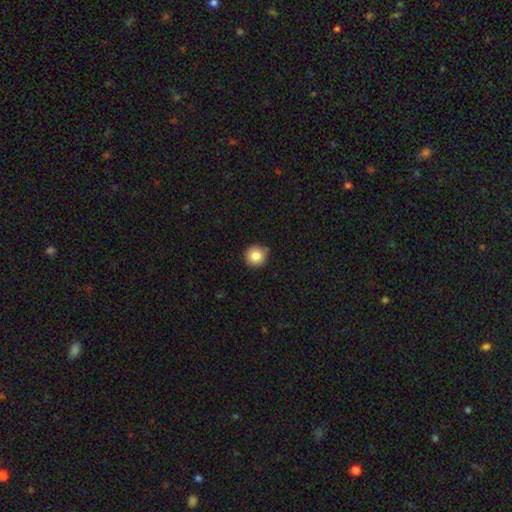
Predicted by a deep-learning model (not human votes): Smooth or featured?
  - smooth: 84% *
  - star or artifact: 10%
  - featured or disk: 6%
How rounded?
  - round: 94% *
  - in between: 5%
  - cigar-shaped: 1%
Merging?
  - none: 83% *
  - minor disturbance: 12%
  - merger: 3%
  - major disturbance: 2%